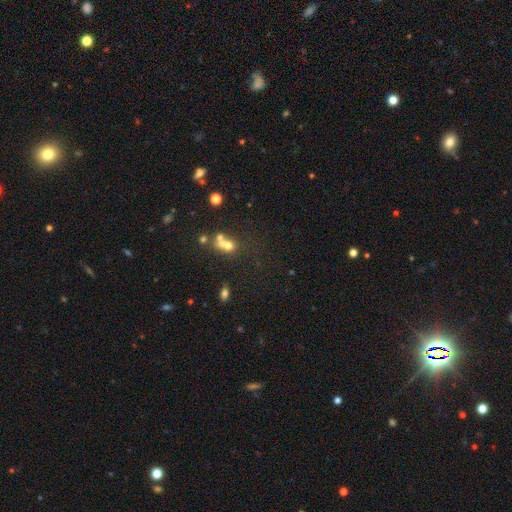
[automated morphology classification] star or artifact 45%, smooth 43%, featured or disk 12%.